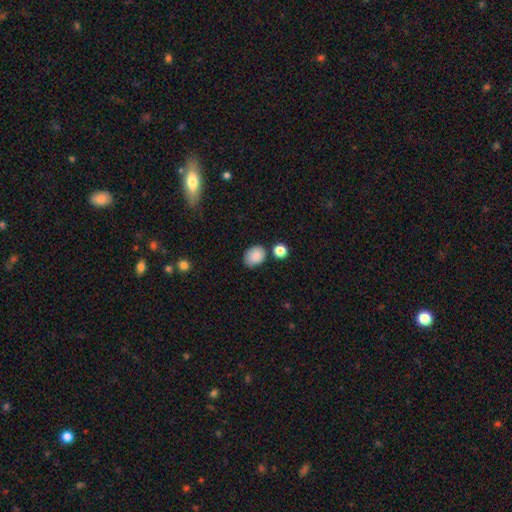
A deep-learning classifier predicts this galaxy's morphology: smooth 86%, star or artifact 8%, featured or disk 5%. Down the decision tree: how rounded — in between (65%); merging — none (67%).